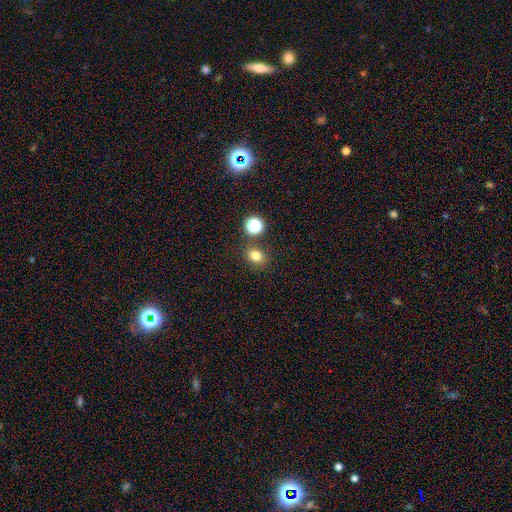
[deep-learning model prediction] A smooth galaxy with no disk features (77%) that is round (53%). Merging: none (78%).